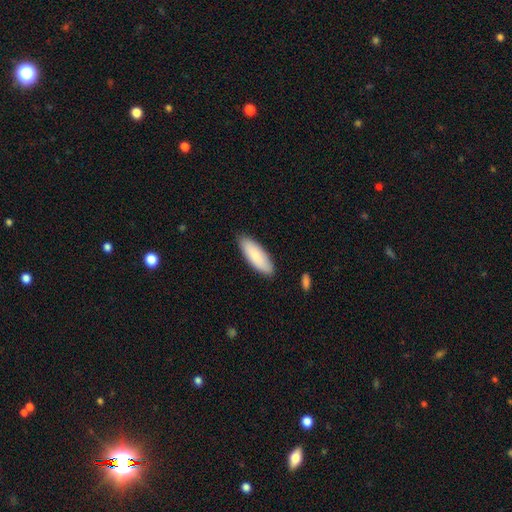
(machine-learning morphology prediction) A smooth galaxy with no disk features (83%) that is in between round and cigar-shaped (64%). Merging: none (88%).